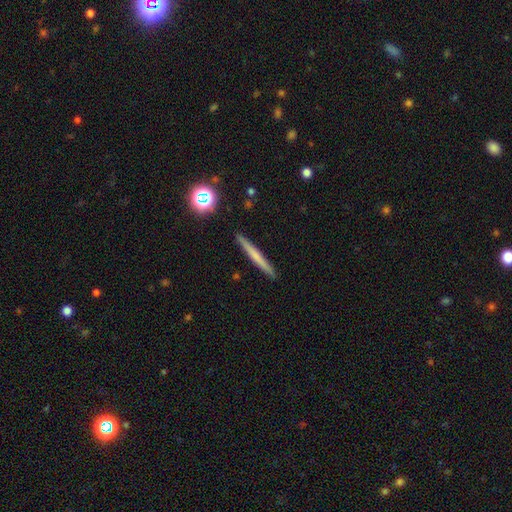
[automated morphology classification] smooth 54%, featured or disk 38%, star or artifact 8%. Down the decision tree: how rounded — cigar-shaped (96%); merging — none (92%).